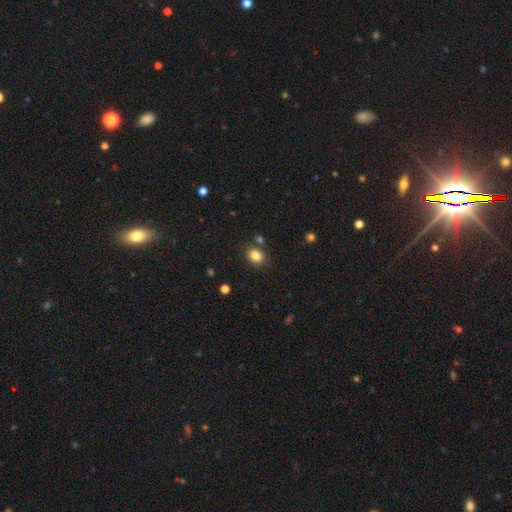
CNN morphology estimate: Q: Smooth or featured?
A: smooth (84%); runner-up: star or artifact (11%)
Q: How rounded?
A: round (55%); runner-up: in between (44%)
Q: Merging?
A: none (80%); runner-up: minor disturbance (10%)